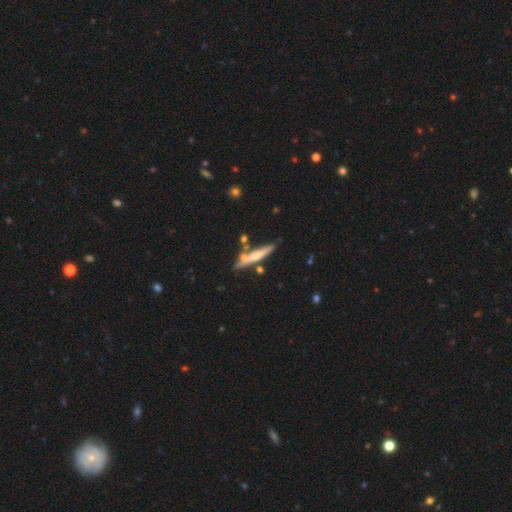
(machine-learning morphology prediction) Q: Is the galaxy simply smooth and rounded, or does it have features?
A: smooth — 48%.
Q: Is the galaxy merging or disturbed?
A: none — 67%.